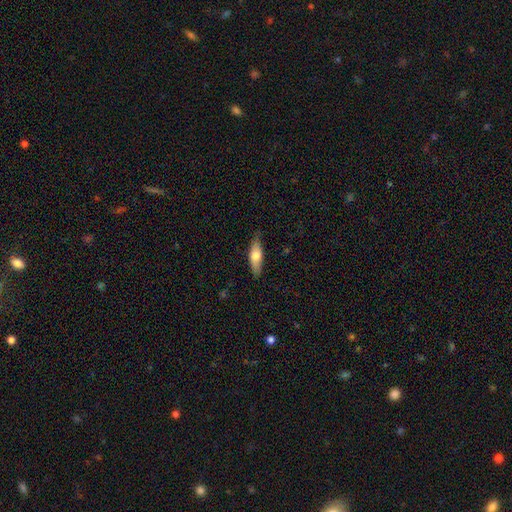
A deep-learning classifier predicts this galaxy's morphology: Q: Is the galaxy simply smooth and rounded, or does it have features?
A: smooth — 64%.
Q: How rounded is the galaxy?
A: in between — 53%.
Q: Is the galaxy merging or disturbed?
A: none — 81%.